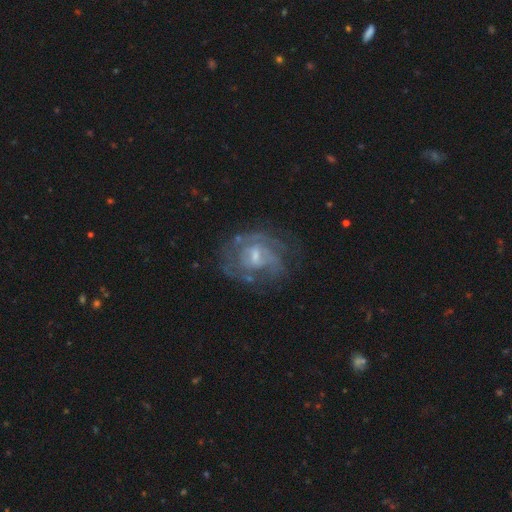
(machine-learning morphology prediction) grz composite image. It shows a featured or disk galaxy (77%) with a weak bar (52%), tight (48%) spiral arms (71%) and a small central bulge (48%). Merging: none (58%).